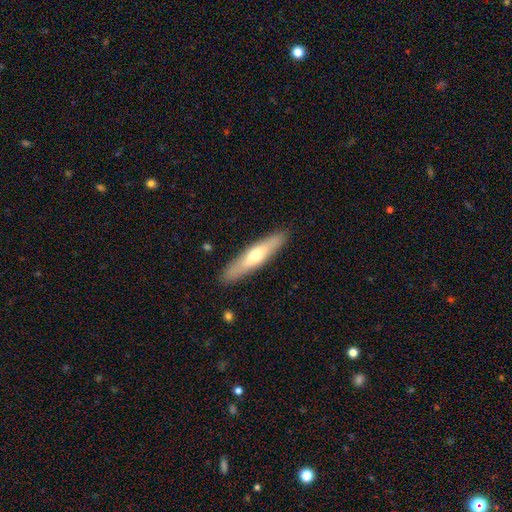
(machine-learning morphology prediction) Smooth or featured: smooth — 50% (featured or disk — 44%)
How rounded: cigar-shaped — 83% (in between — 15%)
Merging: none — 89% (minor disturbance — 8%)